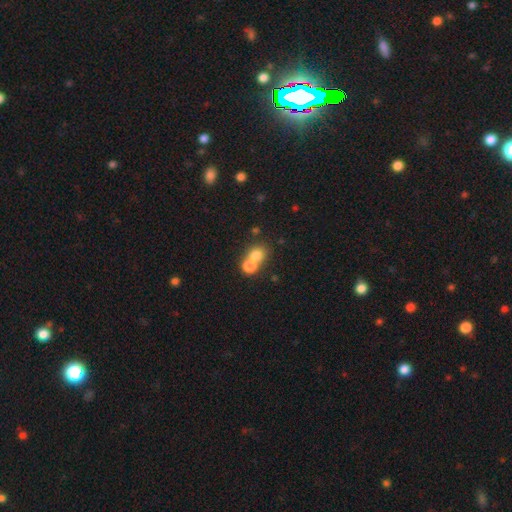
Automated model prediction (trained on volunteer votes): Morphology: type=smooth (75%); roundness=round (76%); merging=merger (59%).